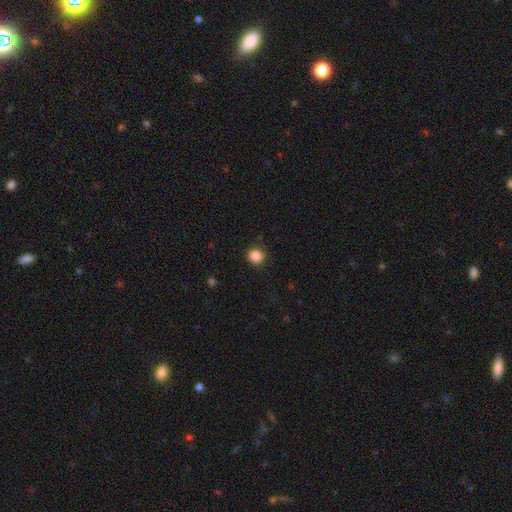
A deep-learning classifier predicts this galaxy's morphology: Smooth or featured?
  - smooth: 85% *
  - star or artifact: 11%
  - featured or disk: 4%
How rounded?
  - round: 90% *
  - in between: 9%
  - cigar-shaped: 1%
Merging?
  - none: 90% *
  - minor disturbance: 7%
  - major disturbance: 2%
  - merger: 1%